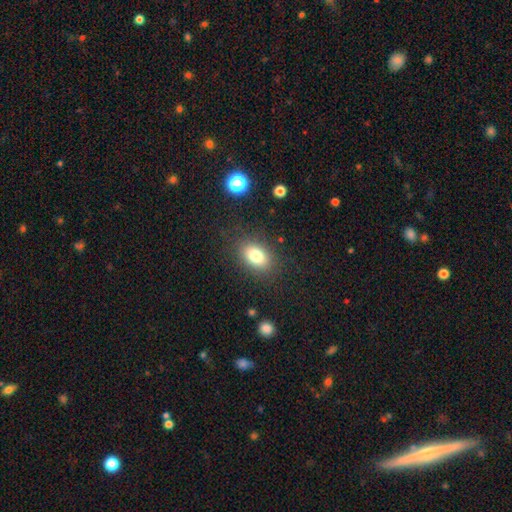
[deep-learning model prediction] Overall: smooth (80%). How rounded: in between (79%). Merging: none (84%).